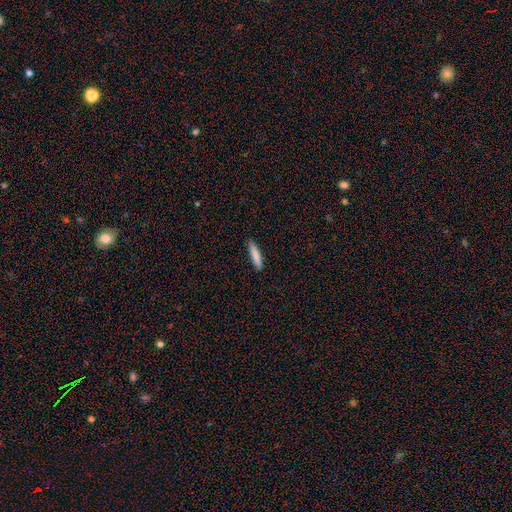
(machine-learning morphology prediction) Q: Smooth or featured?
A: smooth (85%); runner-up: featured or disk (9%)
Q: How rounded?
A: cigar-shaped (86%); runner-up: in between (13%)
Q: Merging?
A: none (88%); runner-up: minor disturbance (9%)